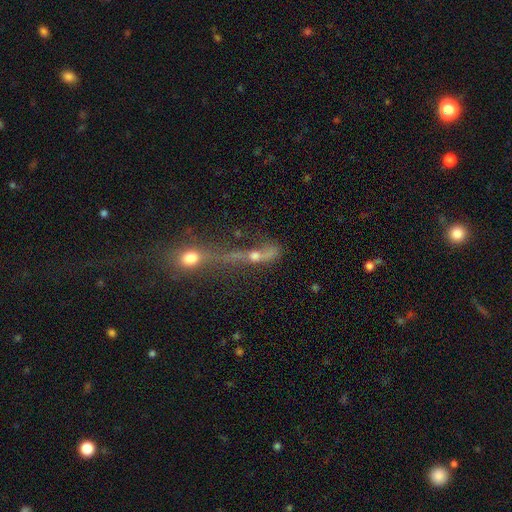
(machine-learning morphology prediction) Smooth or featured? Predicted: featured or disk (p=0.43). Merging? Predicted: merger (p=0.50).